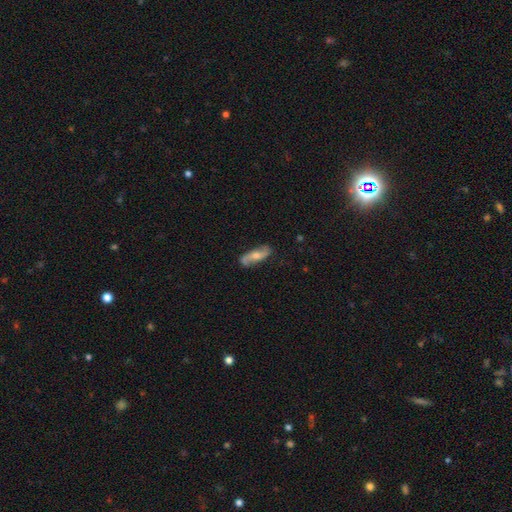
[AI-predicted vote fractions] Smooth or featured: featured or disk — 62% (smooth — 32%)
Edge-on disk: no — 86% (yes — 14%)
Bar: no — 59% (weak — 31%)
Spiral arms: yes — 91% (no — 9%)
Bulge size: moderate — 54% (small — 32%)
Merging: none — 78% (minor disturbance — 16%)